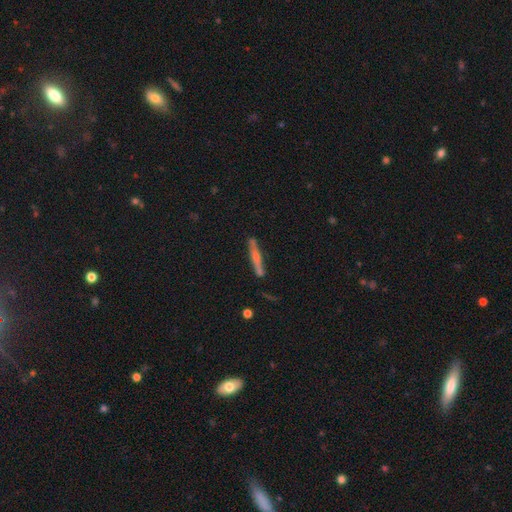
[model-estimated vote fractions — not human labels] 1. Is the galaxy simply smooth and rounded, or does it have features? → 49% featured or disk, 43% smooth, 8% star or artifact.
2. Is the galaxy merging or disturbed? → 80% none, 13% minor disturbance, 4% merger, 3% major disturbance.